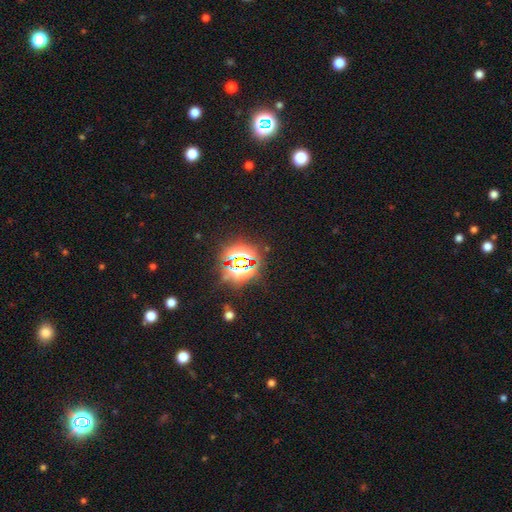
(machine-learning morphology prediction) type=star or artifact (81%).